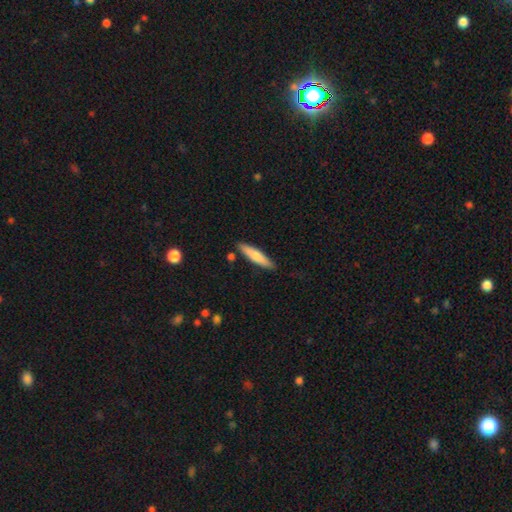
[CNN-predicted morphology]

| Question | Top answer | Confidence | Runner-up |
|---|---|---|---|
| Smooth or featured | smooth | 74% | featured or disk (20%) |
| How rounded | cigar-shaped | 81% | in between (17%) |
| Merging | none | 86% | minor disturbance (10%) |